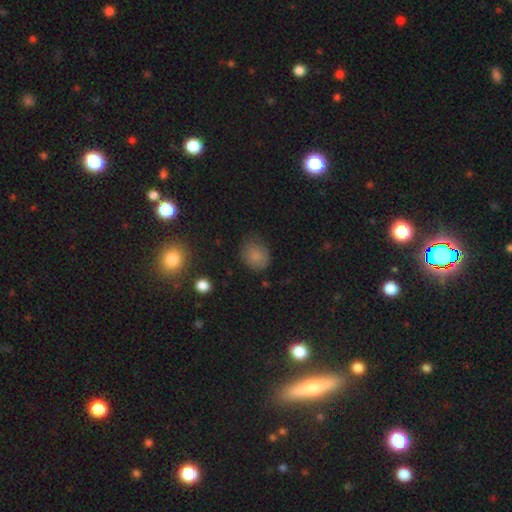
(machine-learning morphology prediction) smooth_or_featured: smooth (p=0.80) [alt: star or artifact p=0.11]
how_rounded: round (p=0.59) [alt: in between p=0.40]
merging: none (p=0.71) [alt: minor disturbance p=0.21]